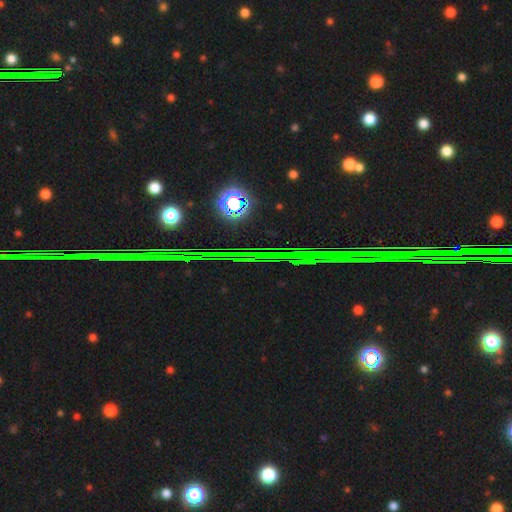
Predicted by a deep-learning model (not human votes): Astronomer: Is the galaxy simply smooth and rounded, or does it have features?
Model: star or artifact — 81%.